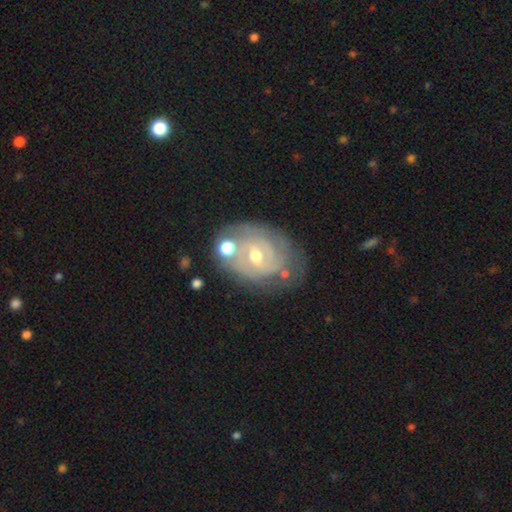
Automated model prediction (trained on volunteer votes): Smooth or featured? Predicted: featured or disk (p=0.80). Edge-on disk? Predicted: no (p=0.96). Bar? Predicted: weak (p=0.46). Spiral arms? Predicted: yes (p=0.88). Spiral winding? Predicted: tight (p=0.65). Spiral arm count? Predicted: can't tell (p=0.36). Bulge size? Predicted: moderate (p=0.62). Merging? Predicted: none (p=0.53).